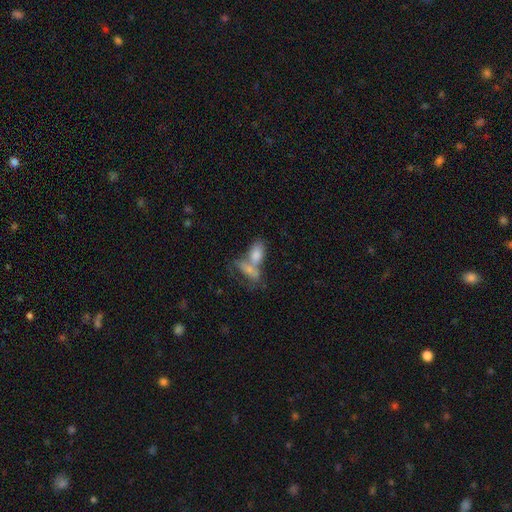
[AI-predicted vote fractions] The model was most divided on "merging": merger: 59%, none: 26%, minor disturbance: 9%, major disturbance: 6%. More confident: how rounded — in between (80%); smooth or featured — smooth (66%).